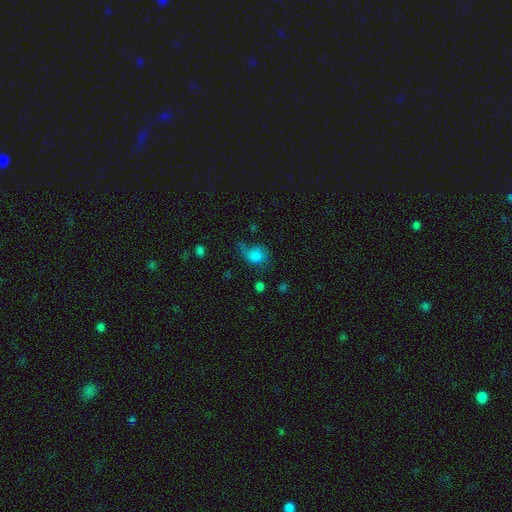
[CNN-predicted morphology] Overall: smooth (73%). How rounded: round (60%; in between 39%). Merging: none (37%; minor disturbance 31%).